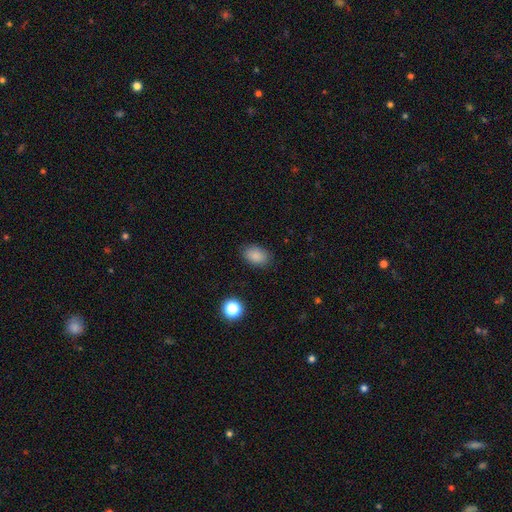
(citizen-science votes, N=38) Smooth or featured?
  - smooth: 87% *
  - star or artifact: 8%
  - featured or disk: 5%
How rounded?
  - in between: 73% *
  - round: 24%
  - cigar-shaped: 3%
Merging?
  - none: 89% *
  - minor disturbance: 6%
  - merger: 6%
  - major disturbance: 0%